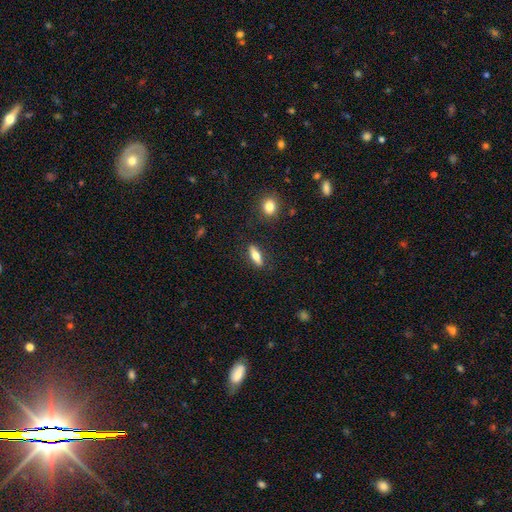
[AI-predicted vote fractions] smooth 66%, featured or disk 27%, star or artifact 7%. Down the decision tree: how rounded — in between (49%); merging — none (86%).